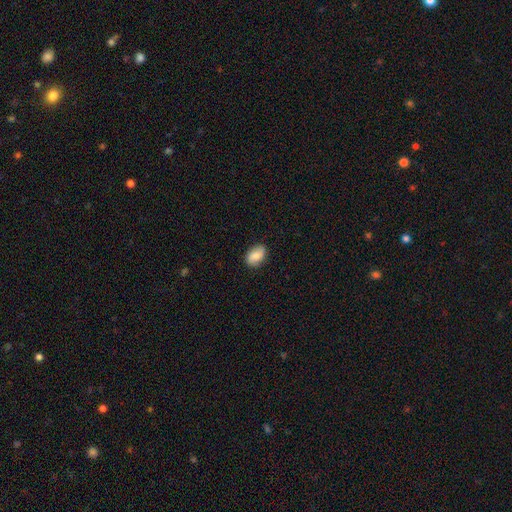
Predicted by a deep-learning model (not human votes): Smooth or featured? smooth (78%)
How rounded? in between (83%)
Merging? none (84%)